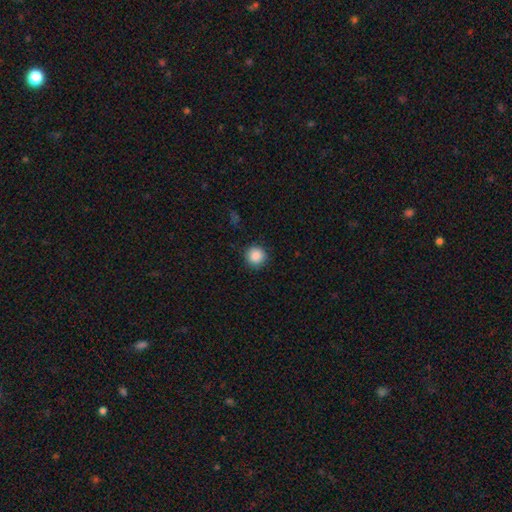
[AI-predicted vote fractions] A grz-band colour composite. It shows a smooth galaxy with no disk features (88%) that is round (95%). Merging: none (89%).